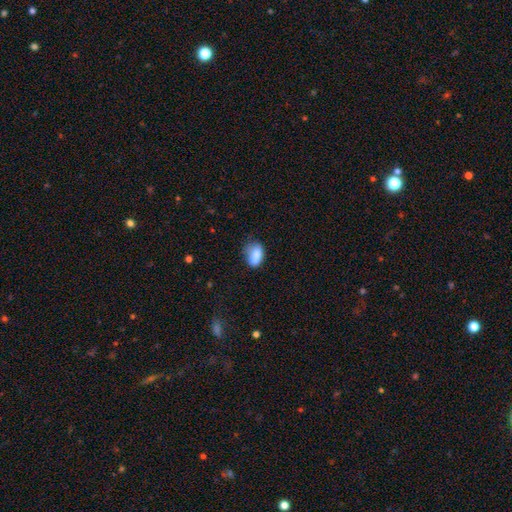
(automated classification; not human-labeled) A smooth galaxy with no disk features (78%) that is in between round and cigar-shaped (82%). Merging: none (44%).